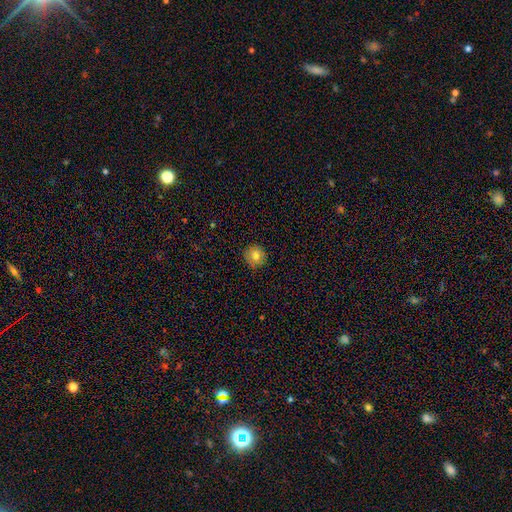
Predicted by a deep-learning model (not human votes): Morphology: type=smooth (77%); roundness=round (92%); merging=none (88%).